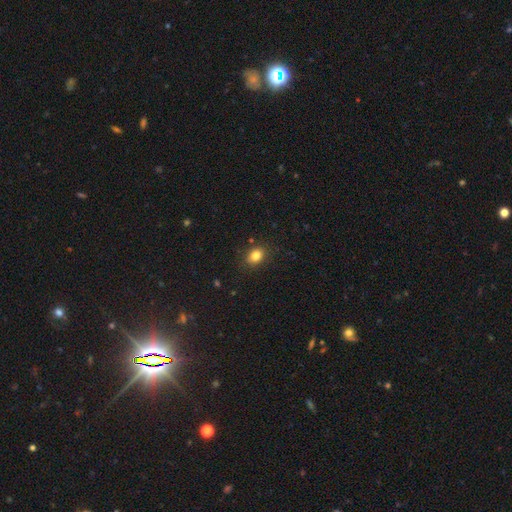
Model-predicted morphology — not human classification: type=smooth (82%); roundness=in between (57%); merging=none (85%).